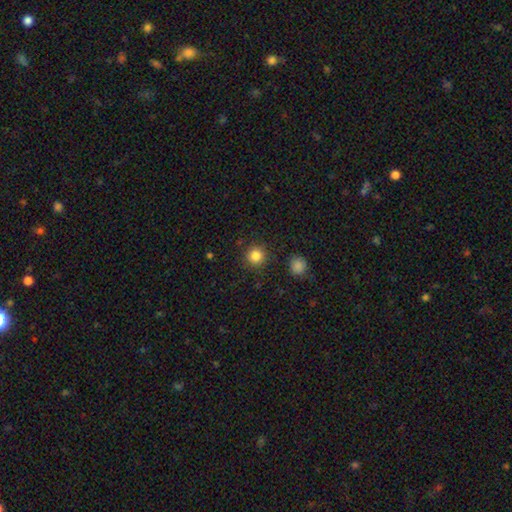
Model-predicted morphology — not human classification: A smooth galaxy with no disk features (84%) that is round (95%). Merging: none (89%).